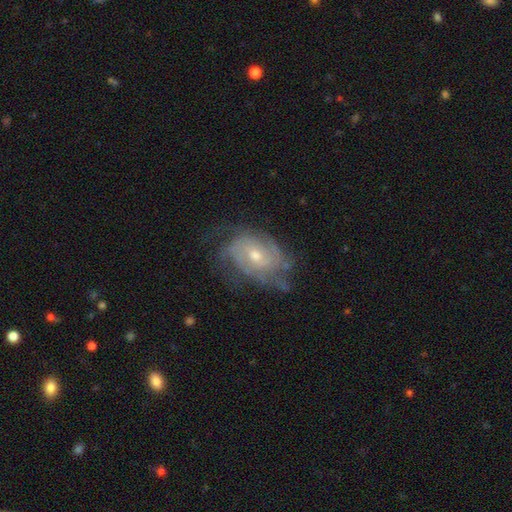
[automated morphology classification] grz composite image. It shows a featured or disk galaxy (80%) with no bar (62%), tight (55%) spiral arms (90%) and a moderate central bulge (54%). Merging: none (59%).